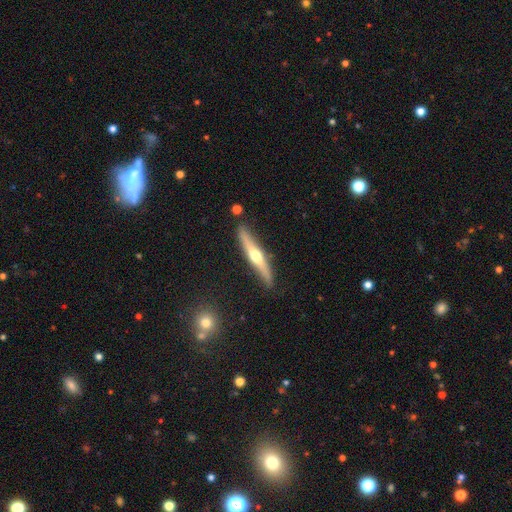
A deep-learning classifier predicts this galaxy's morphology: The model was most divided on "smooth or featured": featured or disk: 62%, smooth: 33%, star or artifact: 5%. More confident: edge-on disk — yes (94%); edge-on bulge — rounded (90%); merging — none (84%).